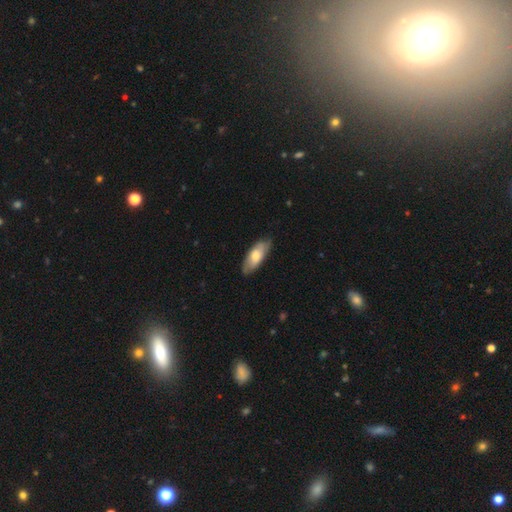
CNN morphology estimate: A smooth galaxy with no disk features (62%) that is in between round and cigar-shaped (78%).

Vote fractions:
- Smooth or featured? smooth: 62% / featured or disk: 33% / star or artifact: 5%
- How rounded? in between: 78% / cigar-shaped: 20% / round: 2%
- Merging? none: 78% / minor disturbance: 18% / major disturbance: 3% / merger: 1%